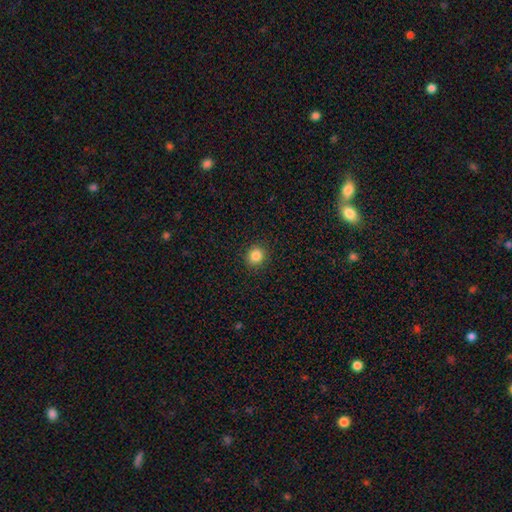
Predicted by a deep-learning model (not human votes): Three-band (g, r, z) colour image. It shows a smooth galaxy with no disk features (85%) that is round (90%). Merging: none (92%).